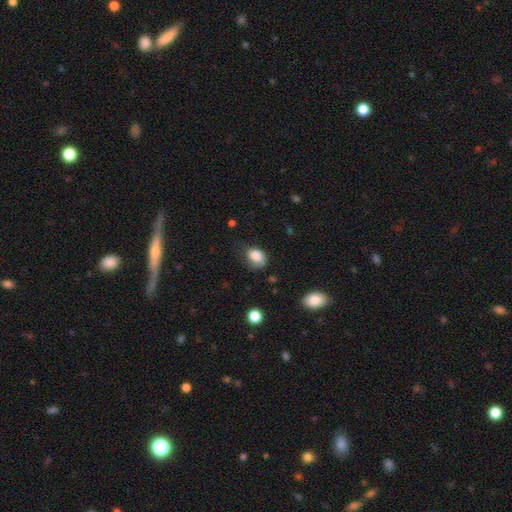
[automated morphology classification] Smooth or featured? smooth (84%)
How rounded? in between (74%)
Merging? none (46%)